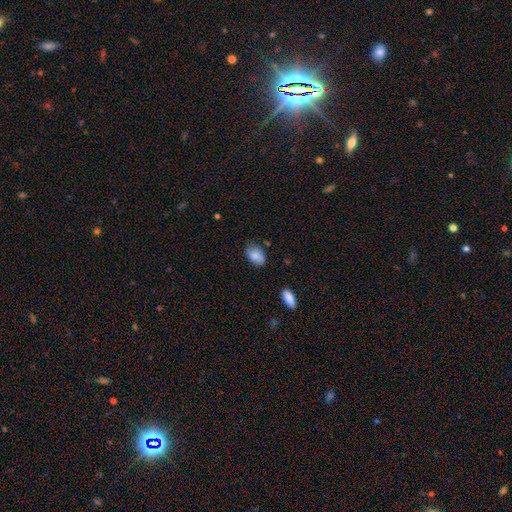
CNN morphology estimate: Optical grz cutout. It shows a smooth galaxy with no disk features (82%) that is in between round and cigar-shaped (89%). Merging: none (69%).